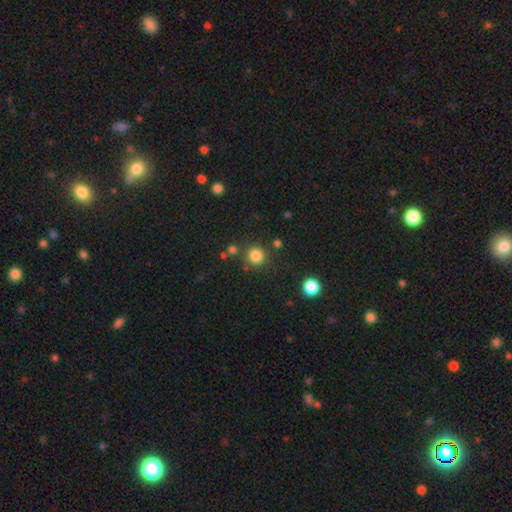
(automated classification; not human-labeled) Morphology: type=smooth (83%); roundness=round (92%); merging=none (82%).